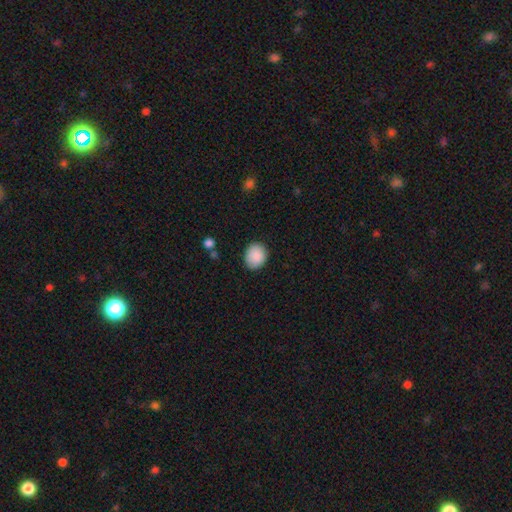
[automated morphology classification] Q: Smooth or featured?
A: smooth (89%); runner-up: star or artifact (7%)
Q: How rounded?
A: round (63%); runner-up: in between (36%)
Q: Merging?
A: none (86%); runner-up: minor disturbance (10%)